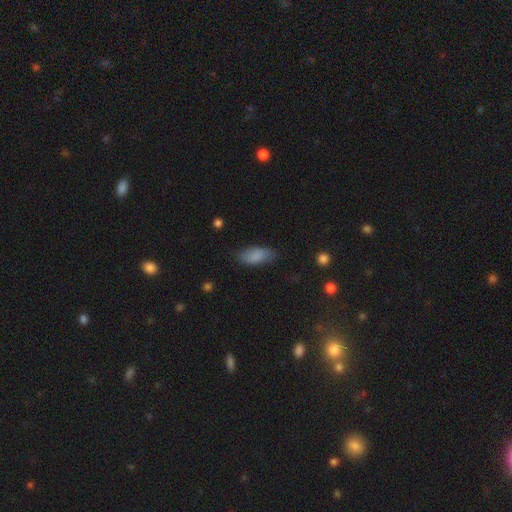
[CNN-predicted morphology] type=smooth (86%); roundness=in between (84%); merging=none (77%).